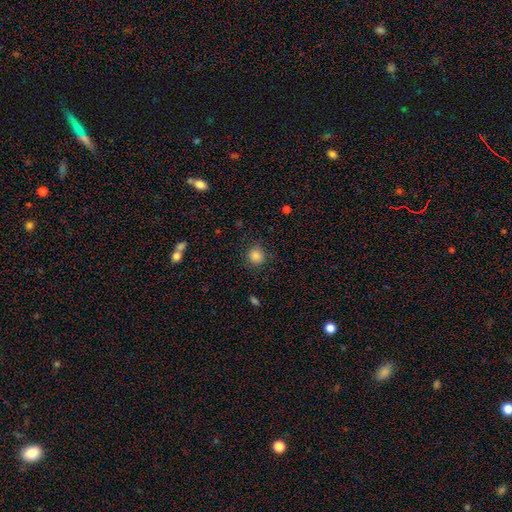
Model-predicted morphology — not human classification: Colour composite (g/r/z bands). It shows a smooth galaxy with no disk features (85%) that is round (88%). Merging: none (86%).